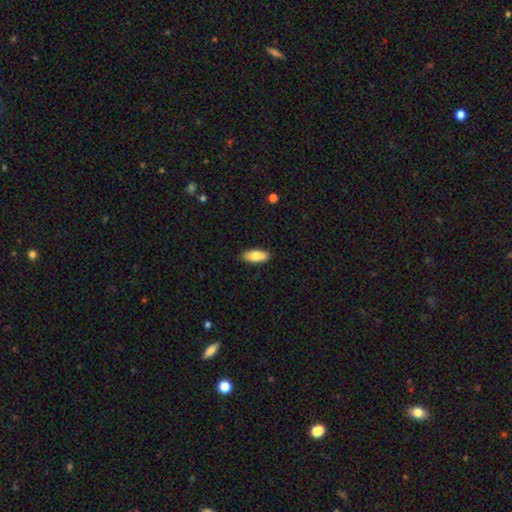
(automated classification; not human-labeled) This appears to be a smooth galaxy with no disk features (80%) that is in between round and cigar-shaped (81%). Merging: none (88%).